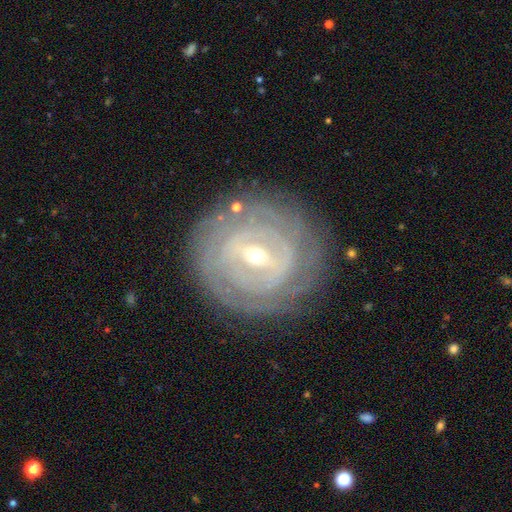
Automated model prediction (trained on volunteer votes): Overall: featured or disk (85%). Edge-on disk: no (95%). Bar: strong (46%; weak 42%). Spiral arms: yes (84%). Spiral arm count: can't tell (49%; 2 15%). Spiral winding: tight (85%). Bulge size: small (60%; moderate 37%). Merging: none (84%).